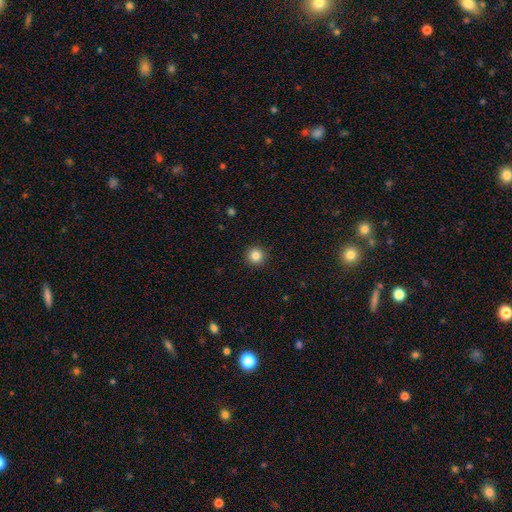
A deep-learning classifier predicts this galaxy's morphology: Q: Smooth or featured?
A: smooth (84%); runner-up: star or artifact (11%)
Q: How rounded?
A: round (95%); runner-up: in between (4%)
Q: Merging?
A: none (93%); runner-up: minor disturbance (5%)